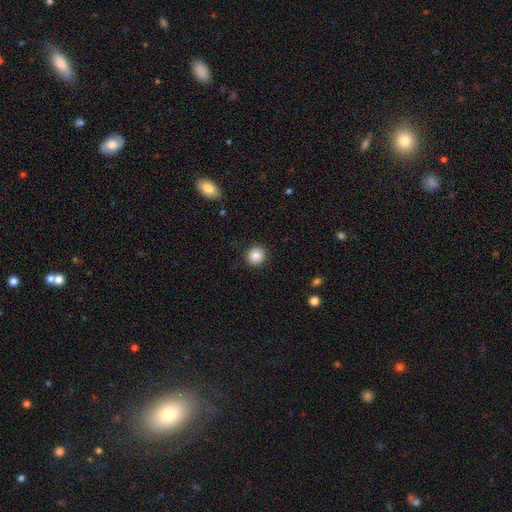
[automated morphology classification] Q: Smooth or featured?
A: smooth (87%); runner-up: star or artifact (9%)
Q: How rounded?
A: round (90%); runner-up: in between (9%)
Q: Merging?
A: none (91%); runner-up: minor disturbance (6%)